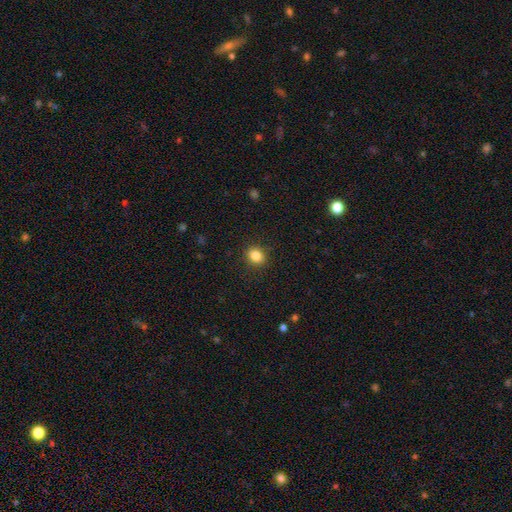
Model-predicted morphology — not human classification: type=smooth (85%); roundness=round (69%); merging=none (89%).